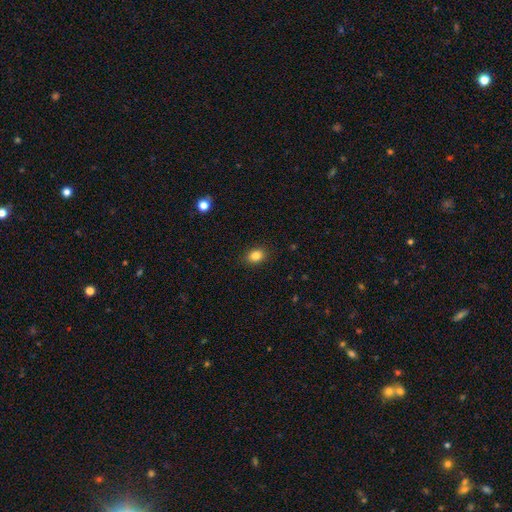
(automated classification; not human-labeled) smooth_or_featured: smooth (p=0.84) [alt: star or artifact p=0.10]
how_rounded: in between (p=0.61) [alt: round p=0.38]
merging: none (p=0.88) [alt: minor disturbance p=0.08]